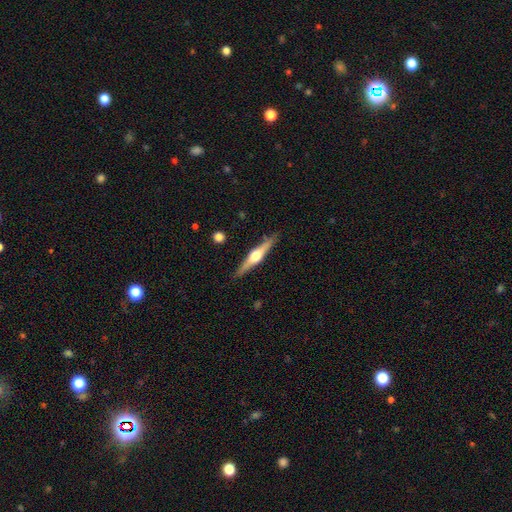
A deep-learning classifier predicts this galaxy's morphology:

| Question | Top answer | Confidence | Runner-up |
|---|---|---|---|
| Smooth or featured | featured or disk | 73% | smooth (22%) |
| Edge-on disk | yes | 98% | no (2%) |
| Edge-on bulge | rounded | 94% | boxy (4%) |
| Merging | none | 88% | minor disturbance (9%) |